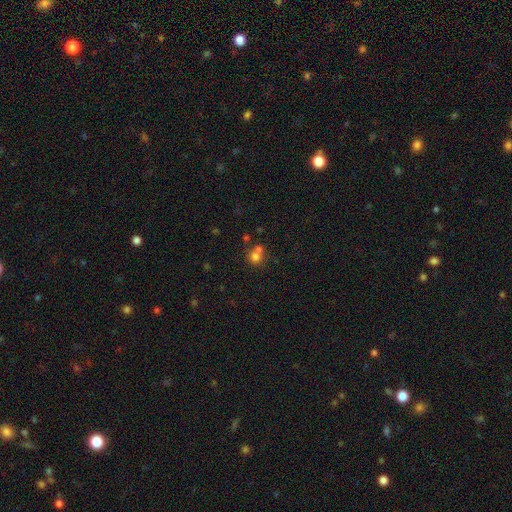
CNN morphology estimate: A smooth galaxy with no disk features (73%) that is round (86%).

Vote fractions:
- Smooth or featured? smooth: 73% / star or artifact: 15% / featured or disk: 12%
- How rounded? round: 86% / in between: 13% / cigar-shaped: 1%
- Merging? none: 47% / merger: 43% / minor disturbance: 7% / major disturbance: 3%